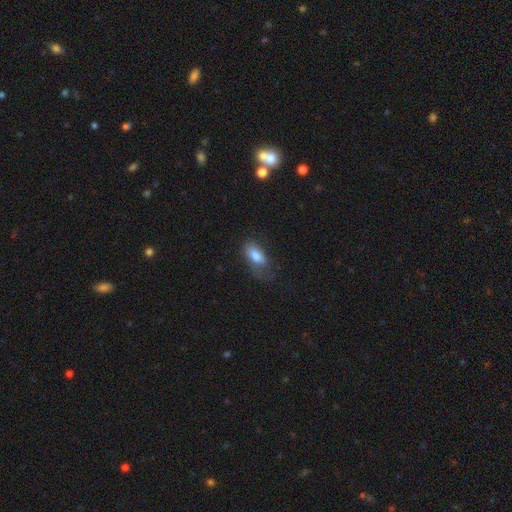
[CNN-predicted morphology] type=smooth (77%); roundness=in between (85%); merging=none (48%).